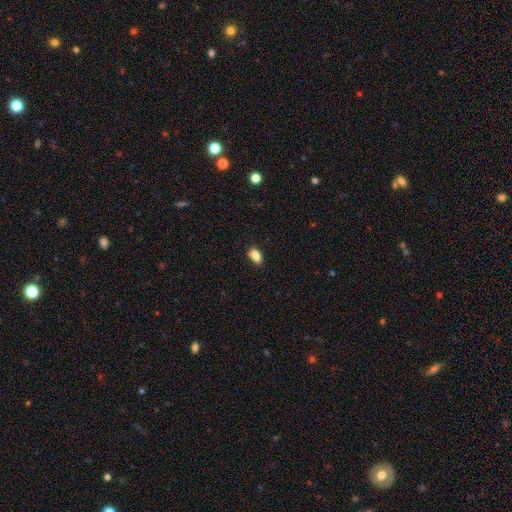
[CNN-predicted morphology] Smooth or featured? smooth (81%)
How rounded? in between (87%)
Merging? none (72%)